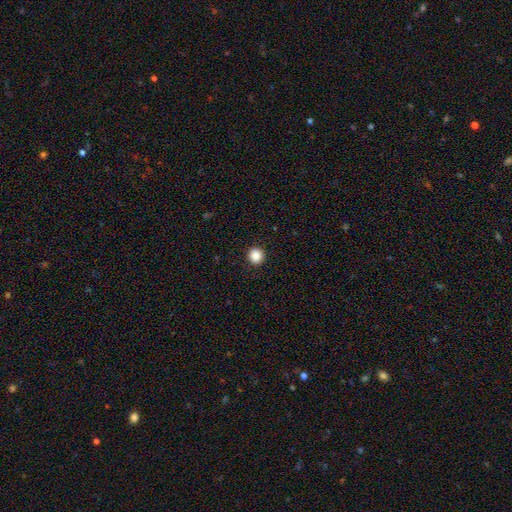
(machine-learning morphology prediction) The model was most divided on "smooth or featured": smooth: 87%, star or artifact: 10%, featured or disk: 3%. More confident: merging — none (93%); how rounded — round (92%).